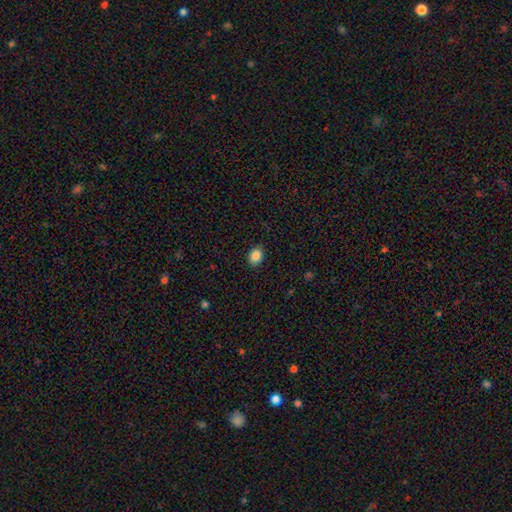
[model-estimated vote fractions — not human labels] Overall: smooth (87%). How rounded: in between (62%; round 37%). Merging: none (89%).